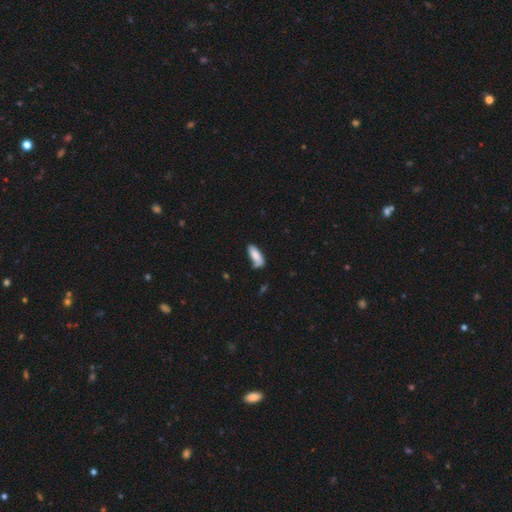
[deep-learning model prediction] Smooth or featured? smooth (81%)
How rounded? in between (69%)
Merging? none (59%)